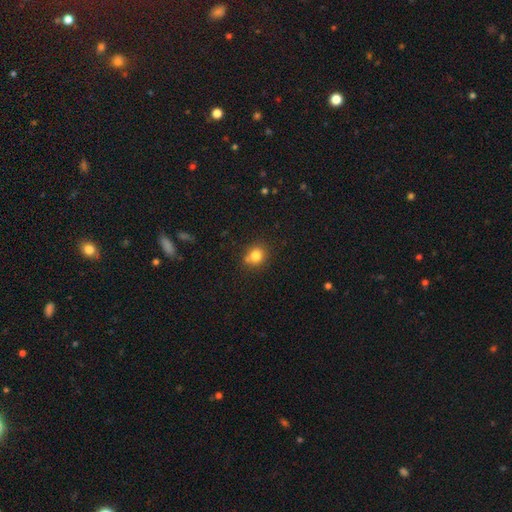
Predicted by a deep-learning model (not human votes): smooth 80%, star or artifact 12%, featured or disk 8%. Down the decision tree: how rounded — round (79%); merging — none (69%).